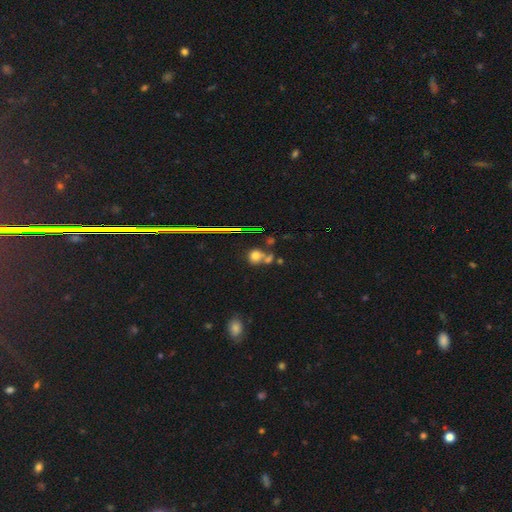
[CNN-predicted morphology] Q: Smooth or featured?
A: smooth (67%); runner-up: star or artifact (21%)
Q: How rounded?
A: round (77%); runner-up: in between (21%)
Q: Merging?
A: none (47%); runner-up: merger (36%)